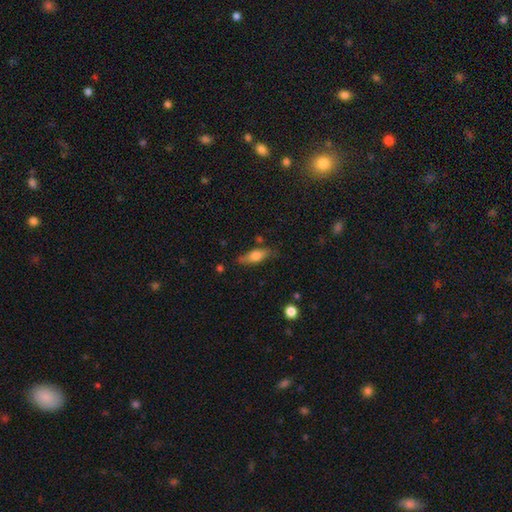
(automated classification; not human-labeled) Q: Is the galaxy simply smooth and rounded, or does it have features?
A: smooth — 68%.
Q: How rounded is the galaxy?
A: in between — 65%.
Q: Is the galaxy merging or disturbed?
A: none — 71%.